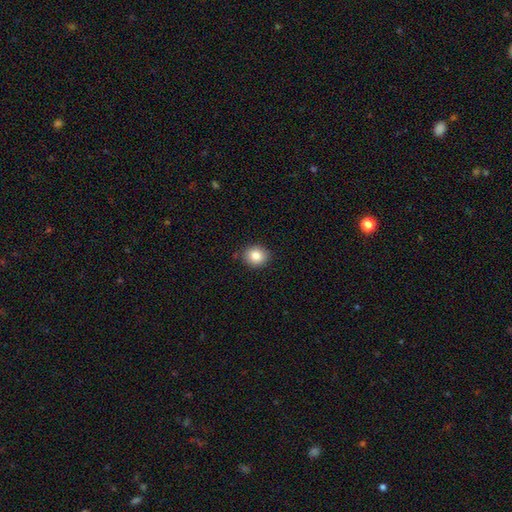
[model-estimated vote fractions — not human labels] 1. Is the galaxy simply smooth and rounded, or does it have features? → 84% smooth, 9% star or artifact, 6% featured or disk.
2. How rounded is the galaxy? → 76% round, 23% in between, 1% cigar-shaped.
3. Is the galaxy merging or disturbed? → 86% none, 10% minor disturbance, 2% major disturbance, 1% merger.